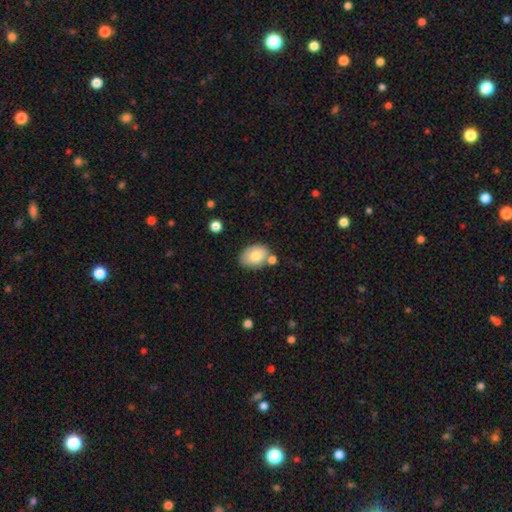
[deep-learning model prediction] This is likely a smooth galaxy (78%). How rounded: likely in between (76%). Merging: likely none (65%).